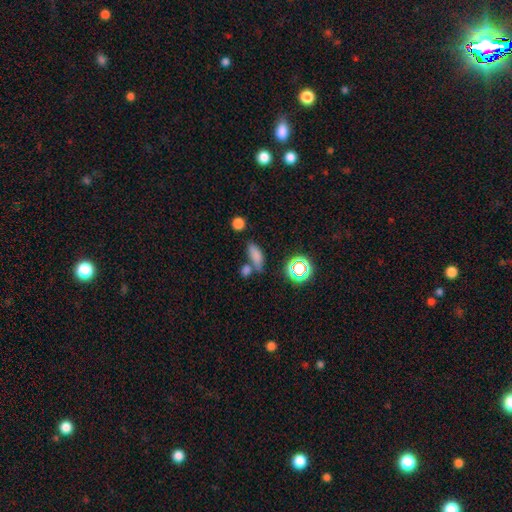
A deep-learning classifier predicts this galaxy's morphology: smooth-or-featured: smooth: 75% | star or artifact: 16% | featured or disk: 9%
  how-rounded: in between: 66% | cigar-shaped: 27% | round: 7%
  merging: none: 53% | merger: 26% | minor disturbance: 14% | major disturbance: 6%